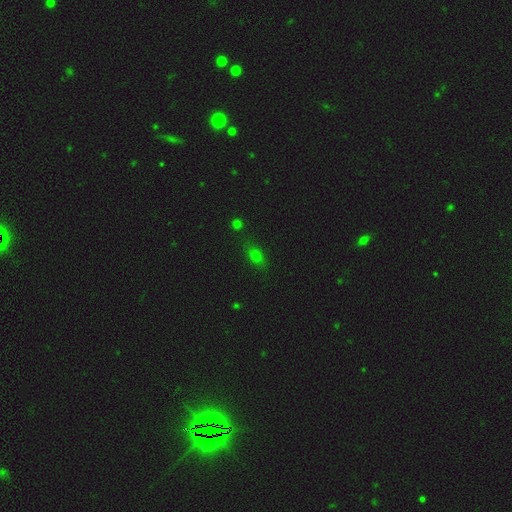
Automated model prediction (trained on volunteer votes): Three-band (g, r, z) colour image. It shows a smooth galaxy with no disk features (70%) that is in between round and cigar-shaped (75%). Merging: none (77%).